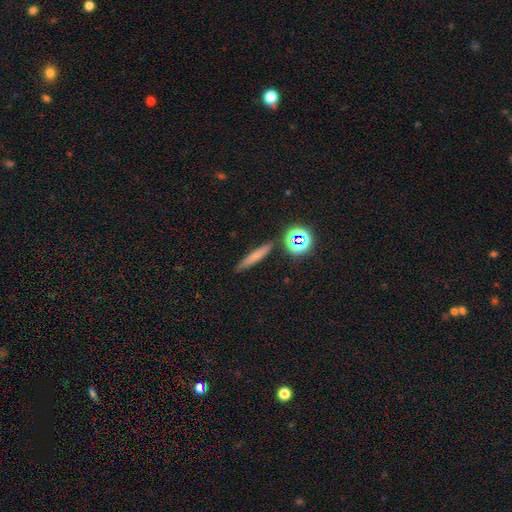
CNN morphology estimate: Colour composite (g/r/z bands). It shows a smooth galaxy with no disk features (63%) that is cigar-shaped (86%). Merging: none (84%).